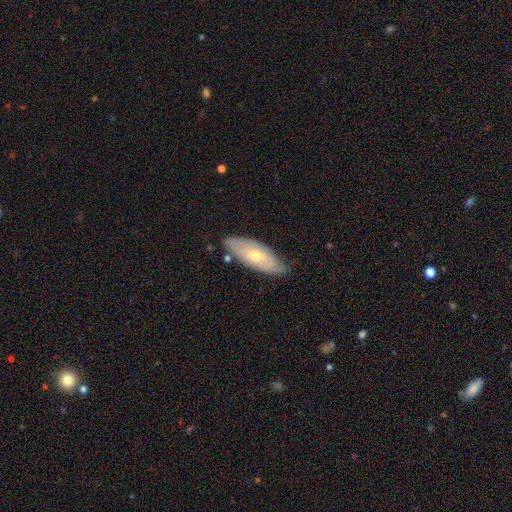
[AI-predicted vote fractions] This appears to be a featured or disk galaxy (50%). Merging: none (75%).